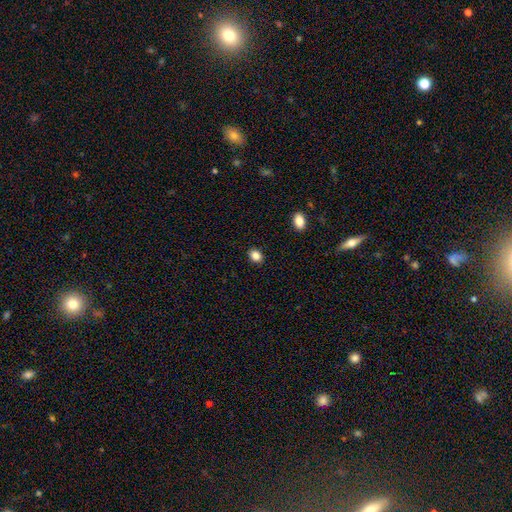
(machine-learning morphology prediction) Q: Smooth or featured?
A: smooth (85%); runner-up: star or artifact (11%)
Q: How rounded?
A: in between (59%); runner-up: round (40%)
Q: Merging?
A: none (89%); runner-up: minor disturbance (7%)